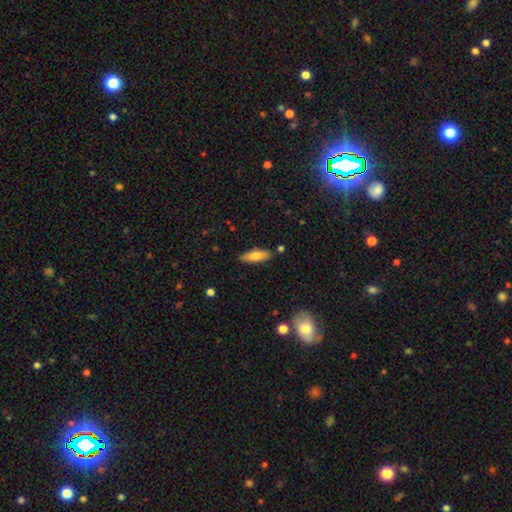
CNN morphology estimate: type=smooth (72%); roundness=in between (53%); merging=none (84%).